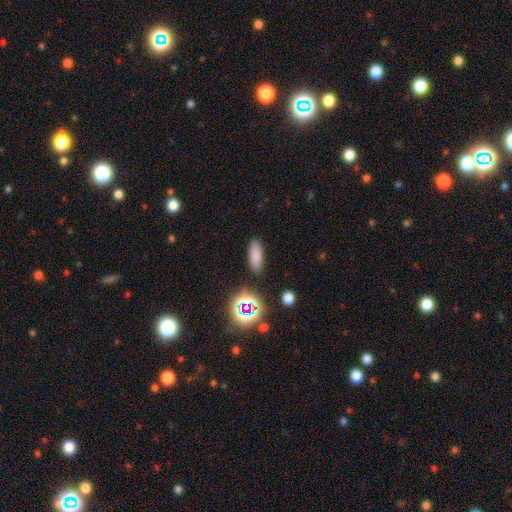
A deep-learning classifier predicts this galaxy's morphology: This appears to be a smooth galaxy with no disk features (78%) that is in between round and cigar-shaped (61%). Merging: none (87%).